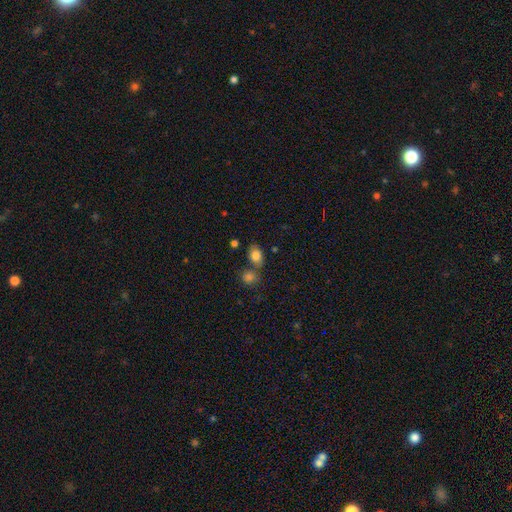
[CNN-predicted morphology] Overall: smooth (82%). How rounded: in between (74%). Merging: none (63%).